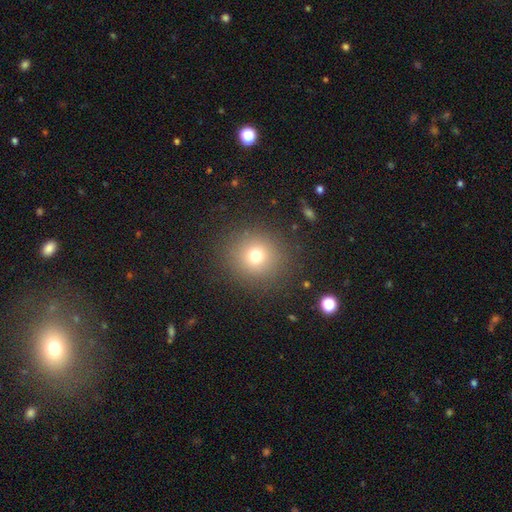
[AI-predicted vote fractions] This appears to be a smooth galaxy with no disk features (72%) that is round (92%). Merging: none (88%).